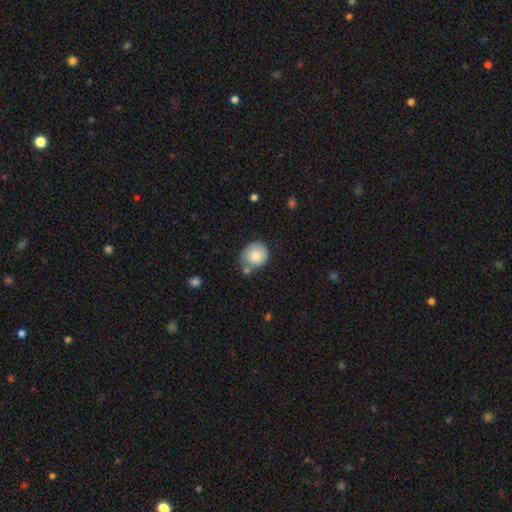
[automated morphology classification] smooth_or_featured: smooth (p=0.76) [alt: featured or disk p=0.17]
how_rounded: round (p=0.80) [alt: in between p=0.19]
merging: none (p=0.52) [alt: minor disturbance p=0.24]